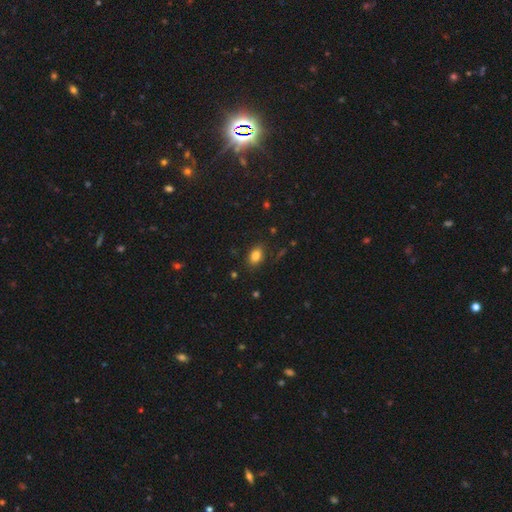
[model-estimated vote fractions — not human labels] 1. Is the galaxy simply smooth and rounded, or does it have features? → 83% smooth, 10% star or artifact, 7% featured or disk.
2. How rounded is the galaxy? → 80% in between, 18% round, 2% cigar-shaped.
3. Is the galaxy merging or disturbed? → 84% none, 12% minor disturbance, 3% major disturbance, 1% merger.